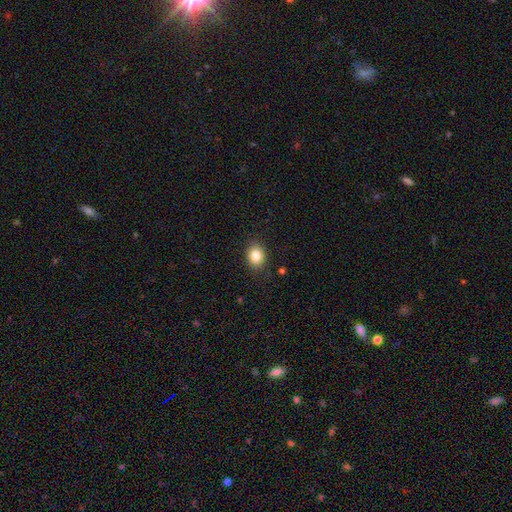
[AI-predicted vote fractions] Smooth or featured?
  - smooth: 84% *
  - star or artifact: 10%
  - featured or disk: 6%
How rounded?
  - round: 51% *
  - in between: 48%
  - cigar-shaped: 1%
Merging?
  - none: 88% *
  - minor disturbance: 9%
  - major disturbance: 2%
  - merger: 1%